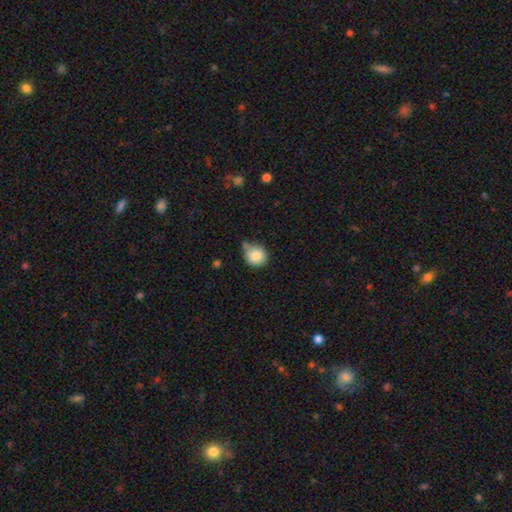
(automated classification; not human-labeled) This appears to be a smooth galaxy with no disk features (84%) that is round (83%). Merging: none (54%).